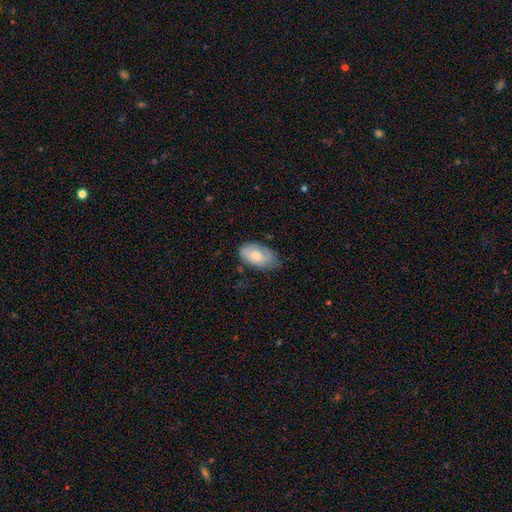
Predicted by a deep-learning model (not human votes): This is likely a smooth galaxy (63%). How rounded: clearly in between (93%). Merging: possibly none (59%).